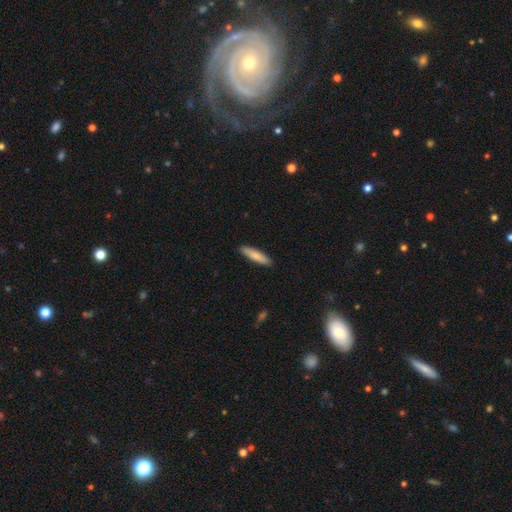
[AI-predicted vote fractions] Overall: smooth (80%). How rounded: cigar-shaped (79%). Merging: none (91%).